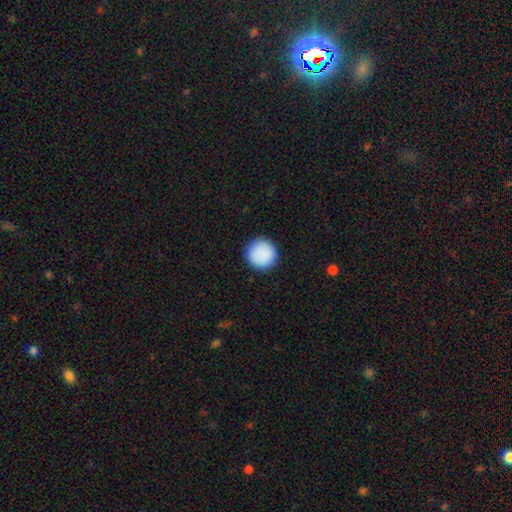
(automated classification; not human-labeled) Smooth or featured: smooth — 90% (star or artifact — 7%)
How rounded: round — 96% (in between — 3%)
Merging: none — 92% (minor disturbance — 5%)